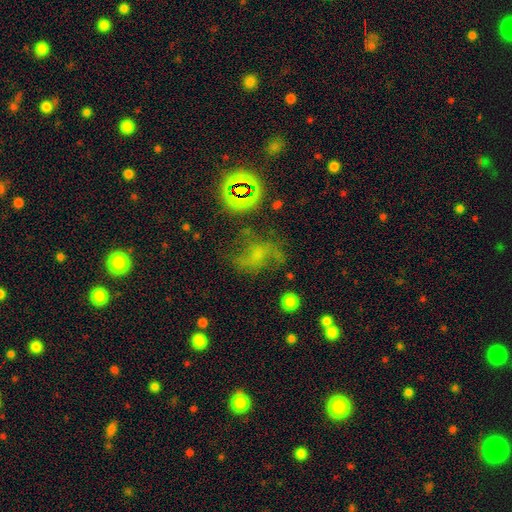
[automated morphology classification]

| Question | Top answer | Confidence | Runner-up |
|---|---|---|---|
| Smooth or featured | featured or disk | 42% | smooth (32%) |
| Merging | none | 47% | major disturbance (27%) |